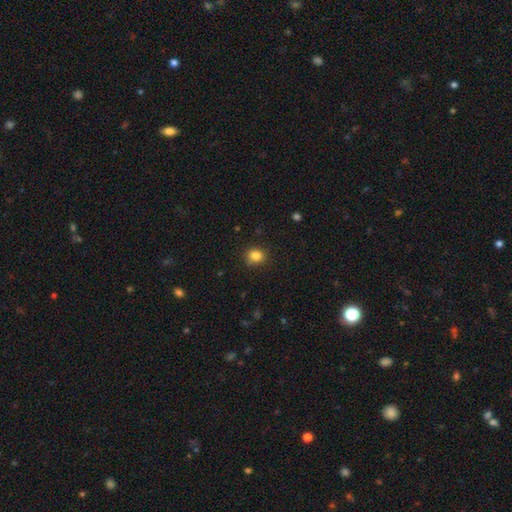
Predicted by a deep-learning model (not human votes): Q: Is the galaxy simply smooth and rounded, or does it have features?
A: smooth — 83%.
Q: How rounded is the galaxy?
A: round — 73%.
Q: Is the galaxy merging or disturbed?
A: none — 86%.